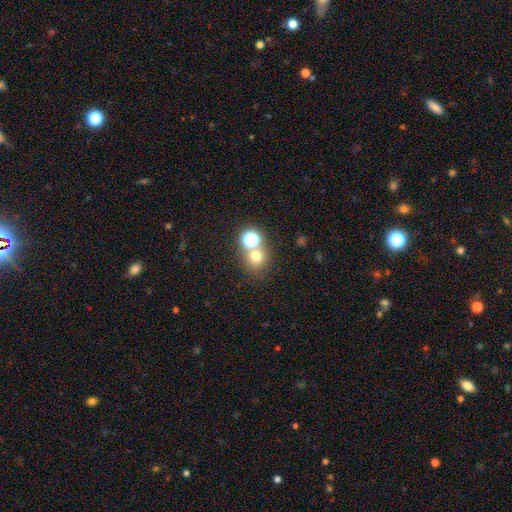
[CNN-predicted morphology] Smooth or featured? Predicted: smooth (p=0.68). How rounded? Predicted: round (p=0.83). Merging? Predicted: none (p=0.59).